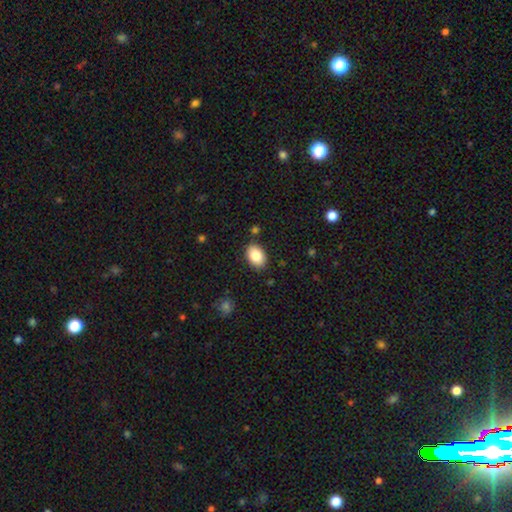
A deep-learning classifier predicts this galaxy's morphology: The model was most divided on "how rounded": in between: 85%, round: 14%, cigar-shaped: 1%. More confident: merging — none (85%); smooth or featured — smooth (84%).